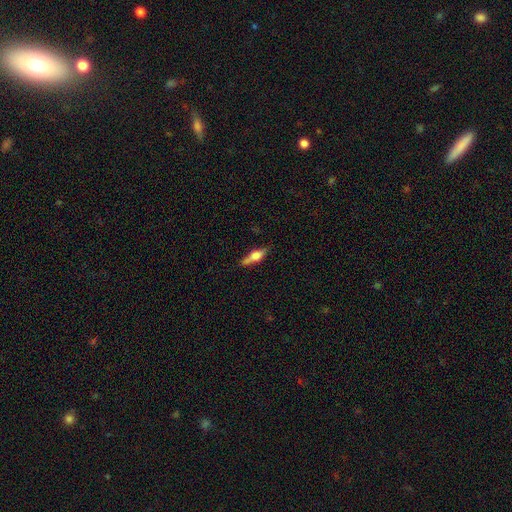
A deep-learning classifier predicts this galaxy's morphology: A smooth galaxy with no disk features (47%).

Vote fractions:
- Smooth or featured? smooth: 47% / featured or disk: 46% / star or artifact: 7%
- Merging? none: 68% / minor disturbance: 22% / major disturbance: 6% / merger: 4%